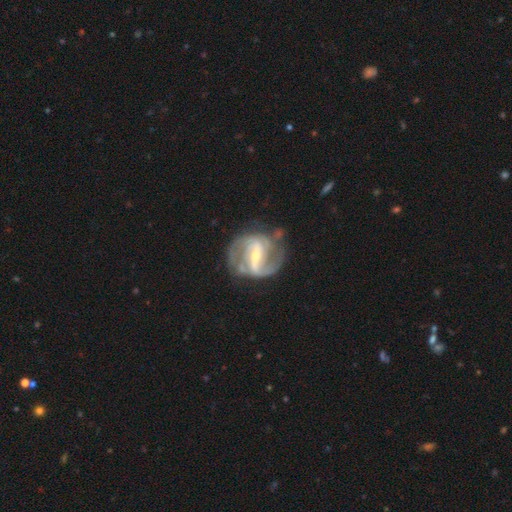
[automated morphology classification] The model was most divided on "bar": strong: 55%, weak: 36%, no: 9%. More confident: edge-on disk — no (98%); spiral arms — yes (96%); smooth or featured — featured or disk (90%); spiral arm count — 2 (77%); merging — none (63%); bulge size — small (58%); spiral winding — medium (52%).